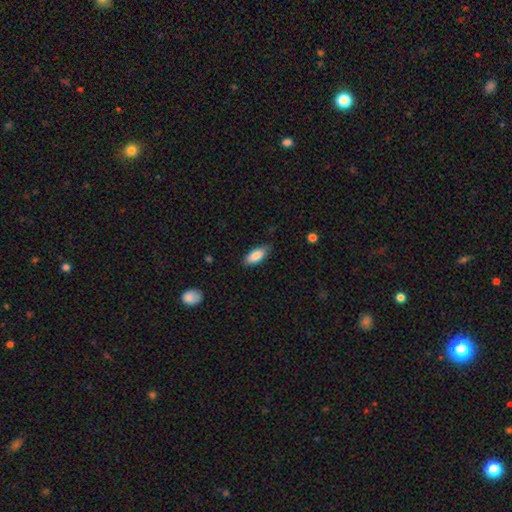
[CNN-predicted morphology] This appears to be a smooth galaxy with no disk features (84%) that is in between round and cigar-shaped (81%). Merging: none (80%).